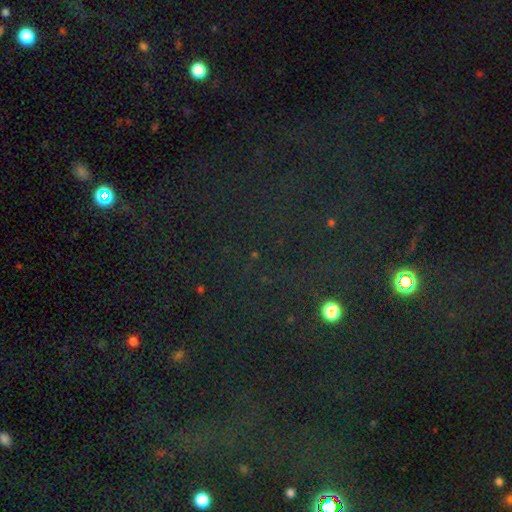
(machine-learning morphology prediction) star or artifact 77%, smooth 14%, featured or disk 8%.